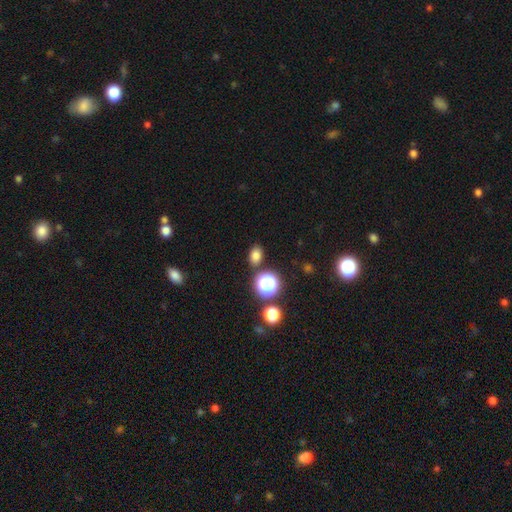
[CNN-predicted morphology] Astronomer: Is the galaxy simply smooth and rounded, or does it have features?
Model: smooth — 77%.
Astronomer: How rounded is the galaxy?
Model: in between — 65%.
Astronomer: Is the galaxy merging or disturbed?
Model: none — 83%.